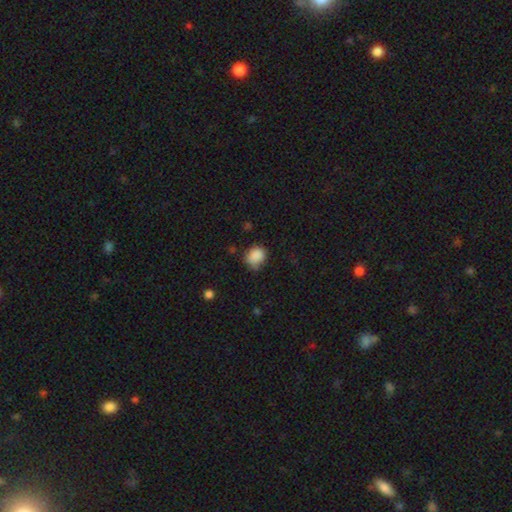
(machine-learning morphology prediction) smooth_or_featured: smooth (p=0.87) [alt: star or artifact p=0.09]
how_rounded: round (p=0.67) [alt: in between p=0.32]
merging: none (p=0.63) [alt: minor disturbance p=0.28]